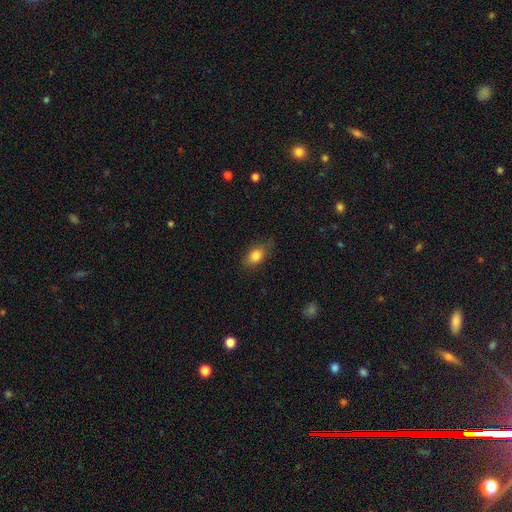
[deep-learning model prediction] A smooth galaxy with no disk features (82%) that is in between round and cigar-shaped (82%).

Vote fractions:
- Smooth or featured? smooth: 82% / featured or disk: 10% / star or artifact: 8%
- How rounded? in between: 82% / round: 14% / cigar-shaped: 4%
- Merging? none: 74% / minor disturbance: 20% / major disturbance: 5% / merger: 1%